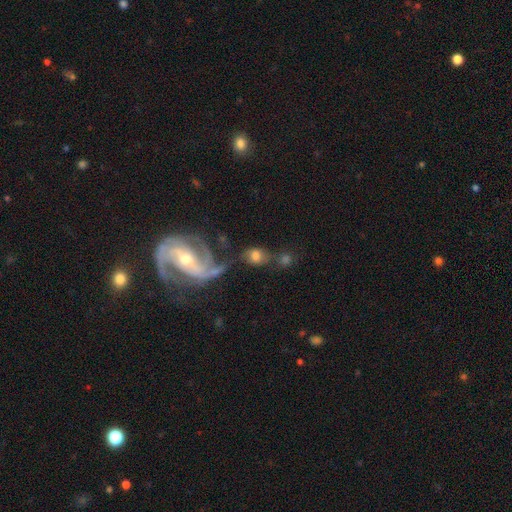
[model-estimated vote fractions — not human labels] This is possibly a smooth galaxy (54%). How rounded: possibly in between (59%). Merging: marginally none (40%).